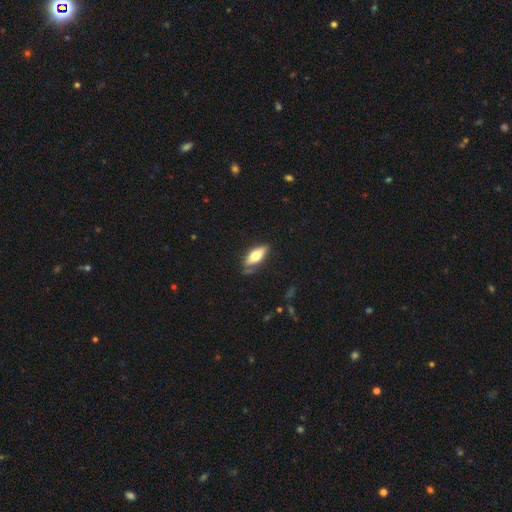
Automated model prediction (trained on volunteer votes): A smooth galaxy with no disk features (62%) that is in between round and cigar-shaped (72%).

Vote fractions:
- Smooth or featured? smooth: 62% / featured or disk: 32% / star or artifact: 6%
- How rounded? in between: 72% / cigar-shaped: 26% / round: 3%
- Merging? none: 72% / minor disturbance: 20% / major disturbance: 5% / merger: 3%